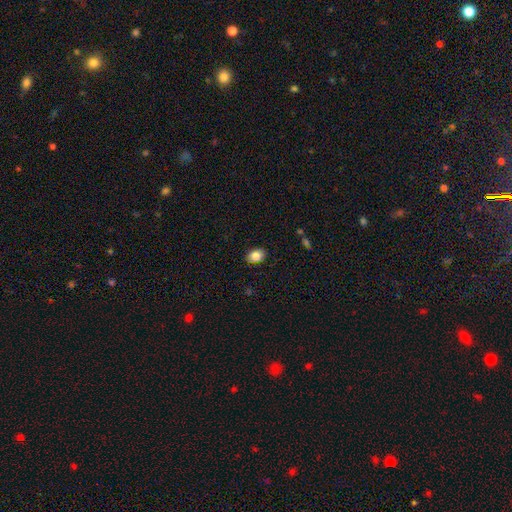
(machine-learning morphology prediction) This is clearly a smooth galaxy (84%). How rounded: likely in between (70%). Merging: clearly none (88%).